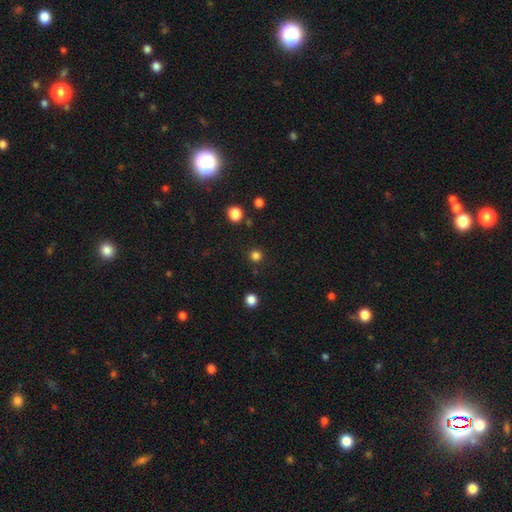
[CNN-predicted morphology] type=smooth (80%); roundness=round (95%); merging=none (90%).